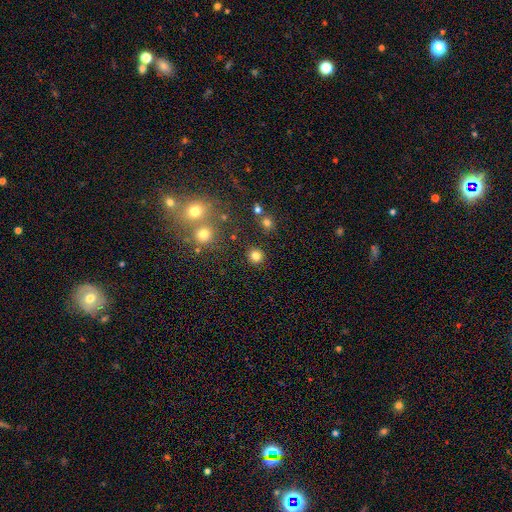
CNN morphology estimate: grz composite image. It shows a smooth galaxy with no disk features (81%) that is round (92%). Merging: none (89%).